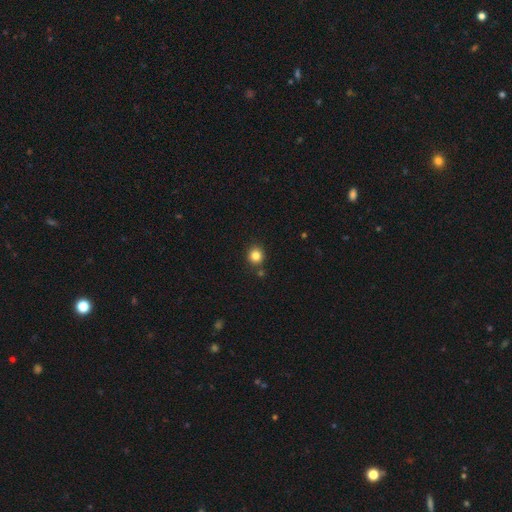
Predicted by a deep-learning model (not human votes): Smooth or featured: smooth — 83% (star or artifact — 12%)
How rounded: round — 89% (in between — 10%)
Merging: none — 84% (minor disturbance — 8%)